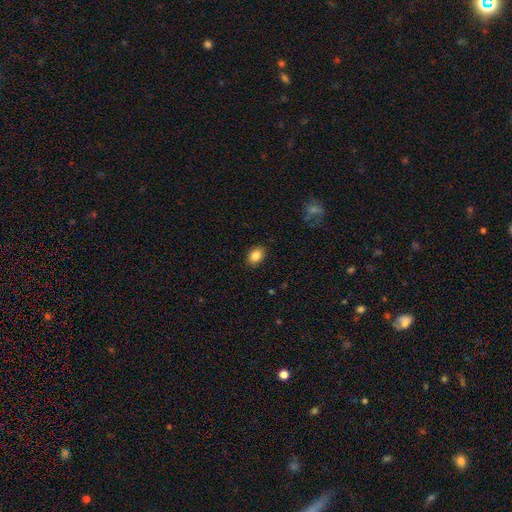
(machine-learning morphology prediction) This is clearly a smooth galaxy (86%). How rounded: likely in between (74%). Merging: clearly none (88%).